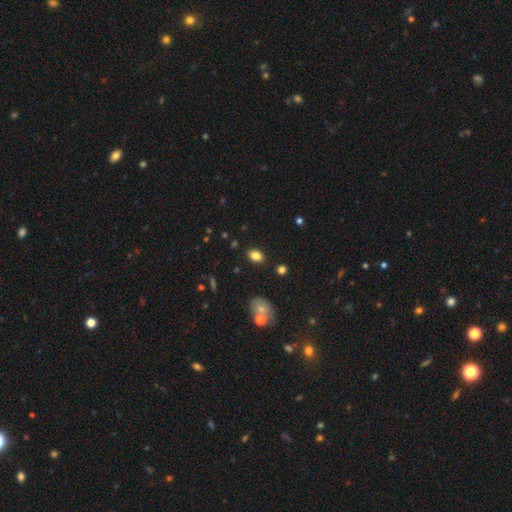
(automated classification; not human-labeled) Smooth or featured?
  - smooth: 83% *
  - star or artifact: 10%
  - featured or disk: 7%
How rounded?
  - in between: 81% *
  - round: 17%
  - cigar-shaped: 1%
Merging?
  - none: 86% *
  - minor disturbance: 9%
  - major disturbance: 2%
  - merger: 2%